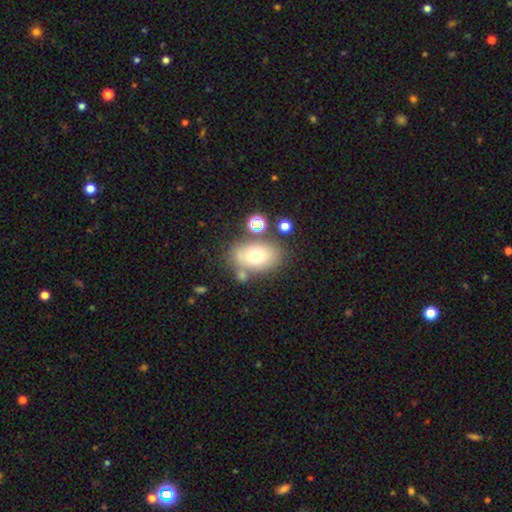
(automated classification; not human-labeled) Smooth or featured?
  - smooth: 68% *
  - featured or disk: 21%
  - star or artifact: 11%
How rounded?
  - in between: 81% *
  - round: 18%
  - cigar-shaped: 1%
Merging?
  - none: 67% *
  - minor disturbance: 16%
  - merger: 11%
  - major disturbance: 6%